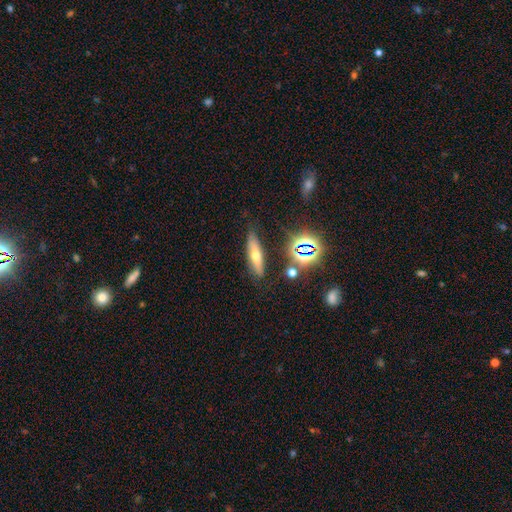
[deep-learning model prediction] This appears to be a smooth galaxy with no disk features (48%). Merging: none (81%).